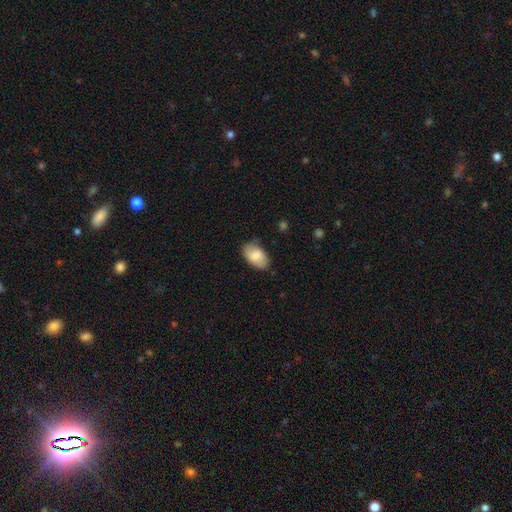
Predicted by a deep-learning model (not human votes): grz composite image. It shows a smooth galaxy with no disk features (80%) that is in between round and cigar-shaped (93%). Merging: none (76%).